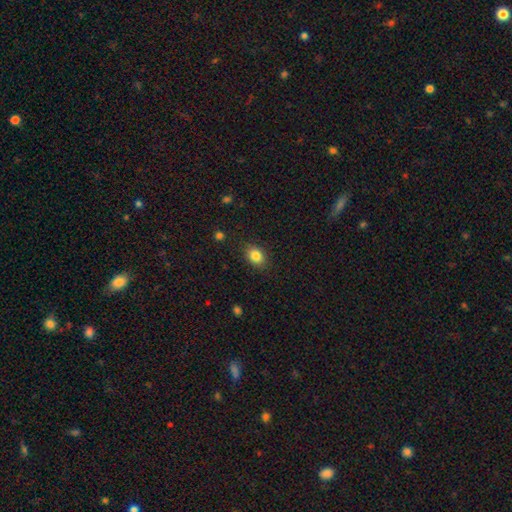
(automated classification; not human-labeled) Smooth or featured? smooth (84%)
How rounded? in between (62%)
Merging? none (87%)